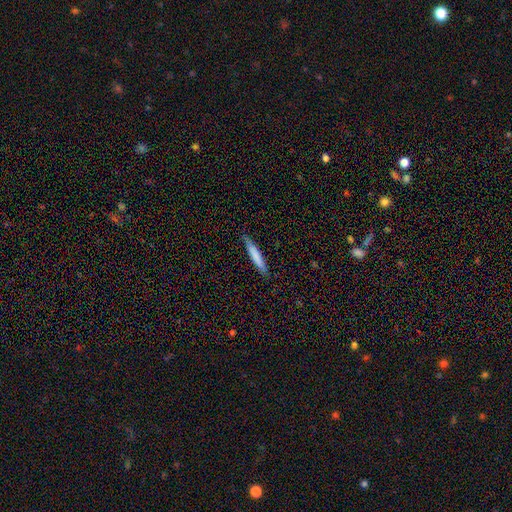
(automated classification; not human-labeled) Q: Smooth or featured?
A: smooth (72%); runner-up: featured or disk (22%)
Q: How rounded?
A: cigar-shaped (94%); runner-up: in between (5%)
Q: Merging?
A: none (86%); runner-up: minor disturbance (11%)